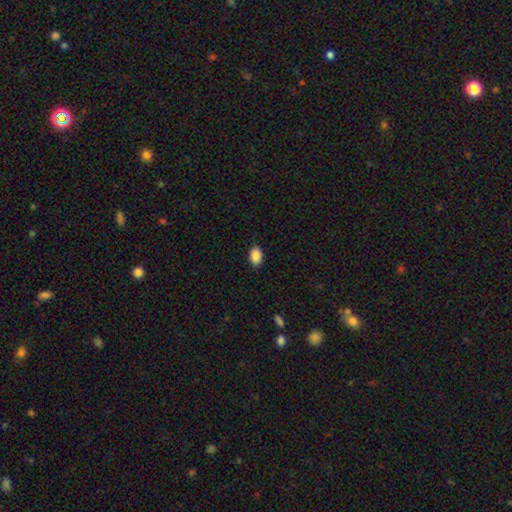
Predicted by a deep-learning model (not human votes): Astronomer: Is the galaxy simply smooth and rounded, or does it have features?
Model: smooth — 89%.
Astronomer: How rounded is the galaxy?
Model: in between — 84%.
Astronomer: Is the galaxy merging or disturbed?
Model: none — 88%.